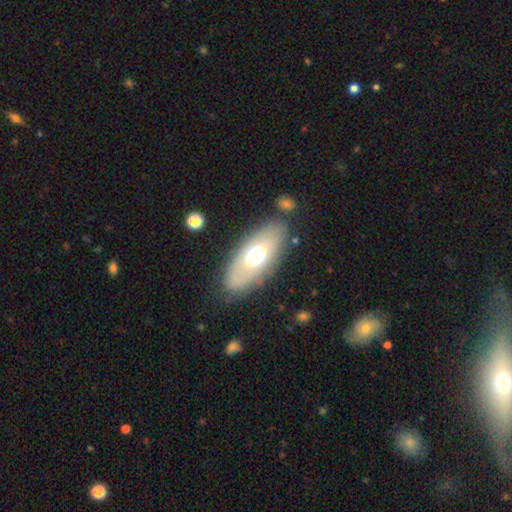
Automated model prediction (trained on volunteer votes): smooth-or-featured: smooth: 54% | featured or disk: 38% | star or artifact: 8%
  how-rounded: in between: 85% | cigar-shaped: 10% | round: 5%
  merging: none: 80% | minor disturbance: 11% | major disturbance: 5% | merger: 3%